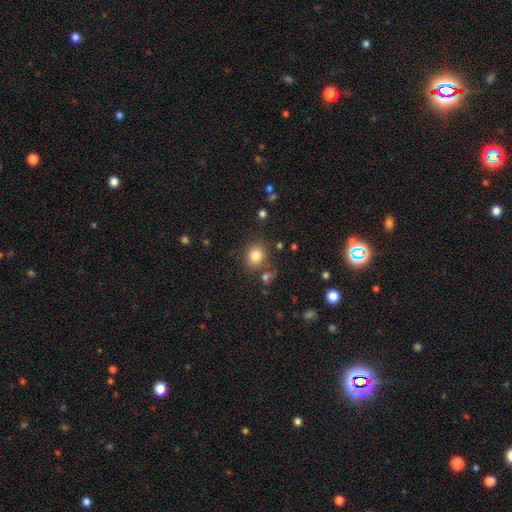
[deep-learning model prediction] Q: Smooth or featured?
A: smooth (82%); runner-up: star or artifact (11%)
Q: How rounded?
A: round (73%); runner-up: in between (26%)
Q: Merging?
A: none (78%); runner-up: minor disturbance (11%)